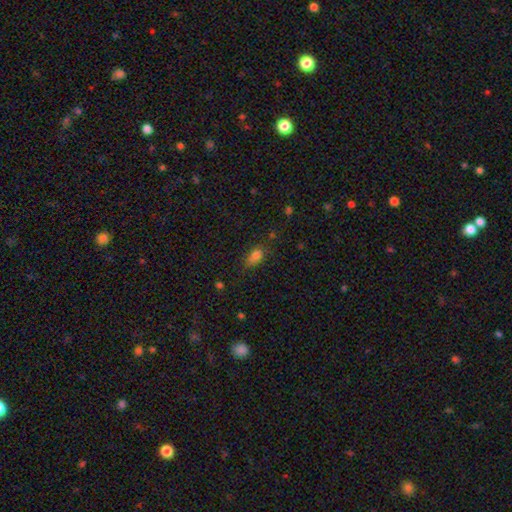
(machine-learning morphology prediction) Smooth or featured: smooth — 79% (star or artifact — 13%)
How rounded: in between — 81% (round — 14%)
Merging: none — 64% (minor disturbance — 25%)